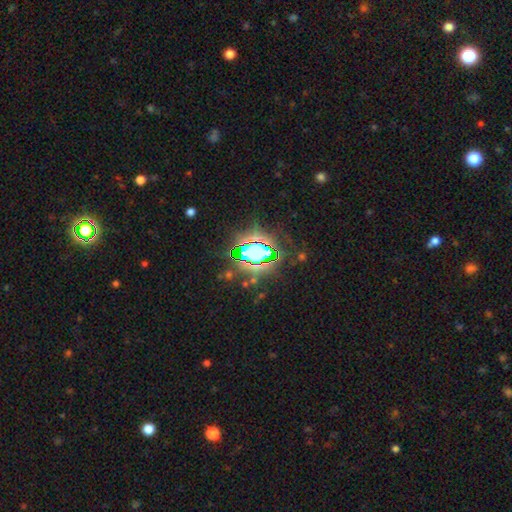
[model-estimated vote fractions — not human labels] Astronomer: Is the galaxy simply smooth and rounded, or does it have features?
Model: star or artifact — 72%.